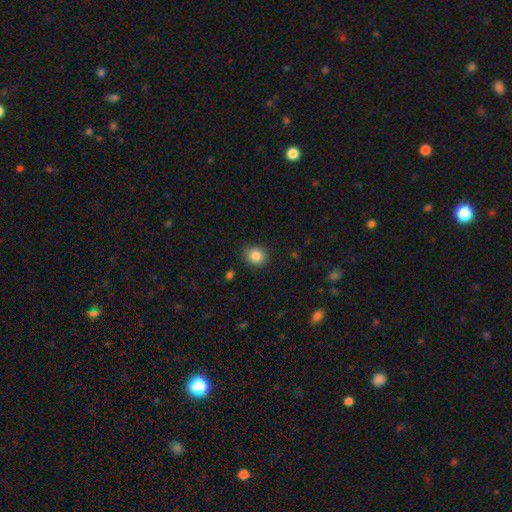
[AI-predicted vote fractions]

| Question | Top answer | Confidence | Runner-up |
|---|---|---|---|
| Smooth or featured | smooth | 86% | star or artifact (9%) |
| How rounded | round | 71% | in between (28%) |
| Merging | none | 88% | minor disturbance (8%) |